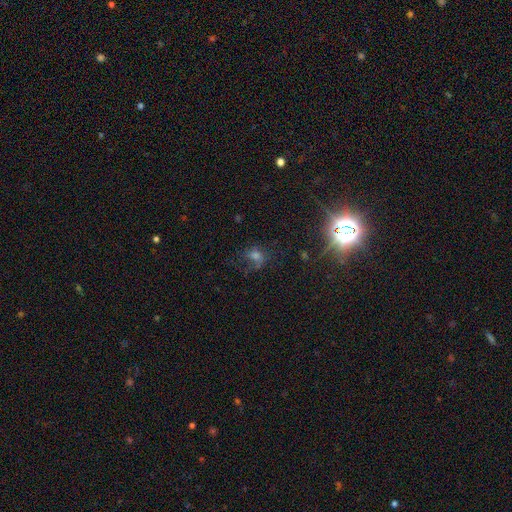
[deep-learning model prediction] The model was most divided on "smooth or featured": star or artifact: 44%, smooth: 33%, featured or disk: 23%.